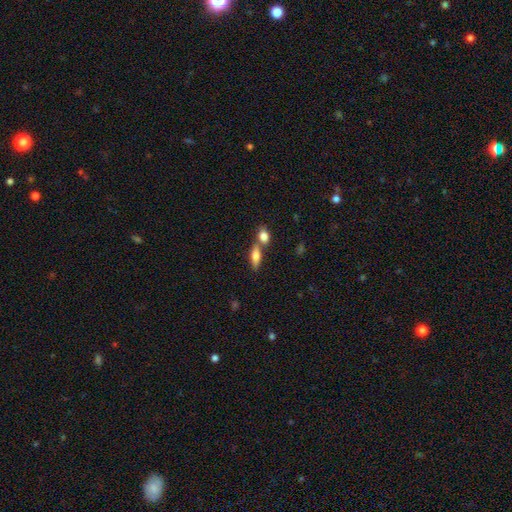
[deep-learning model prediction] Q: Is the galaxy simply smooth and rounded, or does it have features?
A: smooth — 65%.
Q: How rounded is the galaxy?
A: in between — 58%.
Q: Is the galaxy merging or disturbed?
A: none — 48%.